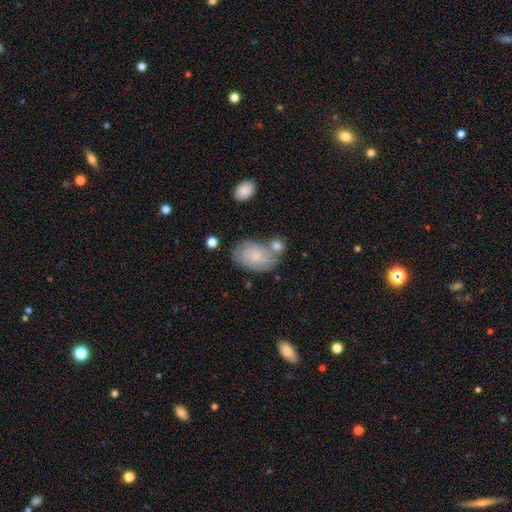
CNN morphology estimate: This appears to be a smooth galaxy with no disk features (55%) that is in between round and cigar-shaped (87%). Merging: none (55%).